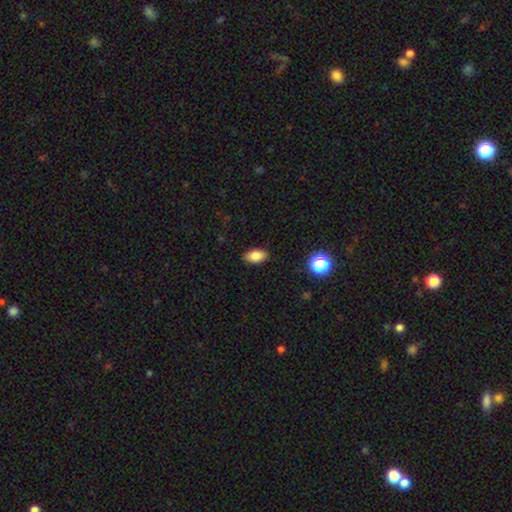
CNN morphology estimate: Q: Smooth or featured?
A: smooth (83%); runner-up: star or artifact (10%)
Q: How rounded?
A: in between (91%); runner-up: round (7%)
Q: Merging?
A: none (88%); runner-up: minor disturbance (9%)